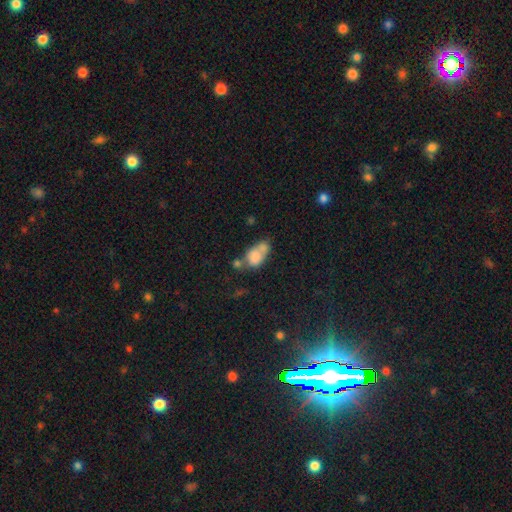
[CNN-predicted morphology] A smooth galaxy with no disk features (72%) that is in between round and cigar-shaped (77%). Merging: merger (51%).